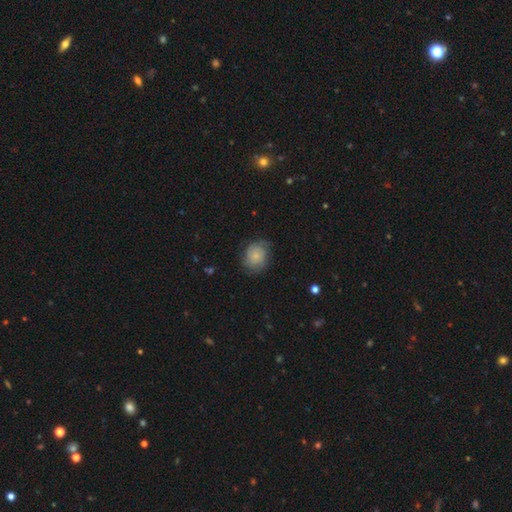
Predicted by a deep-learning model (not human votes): A smooth galaxy with no disk features (54%) that is round (63%). Merging: none (68%).